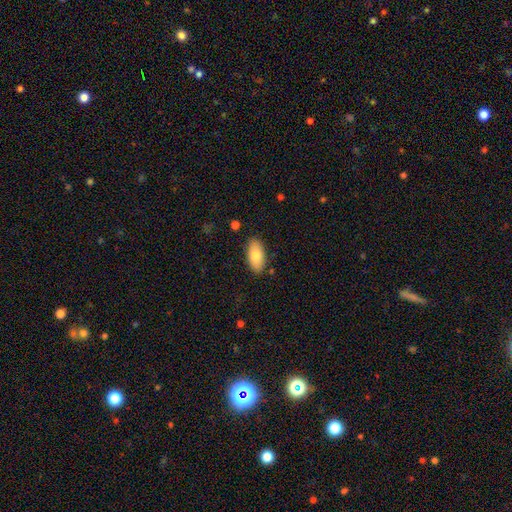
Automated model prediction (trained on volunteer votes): Smooth or featured? Predicted: smooth (p=0.80). How rounded? Predicted: in between (p=0.92). Merging? Predicted: none (p=0.86).